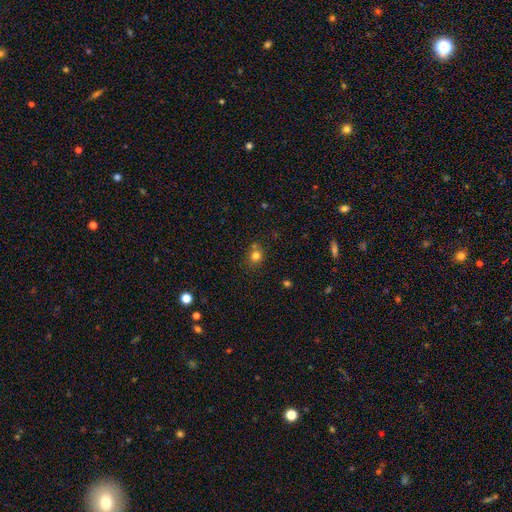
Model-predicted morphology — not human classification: Smooth or featured: smooth — 78% (star or artifact — 15%)
How rounded: round — 82% (in between — 17%)
Merging: none — 67% (merger — 19%)